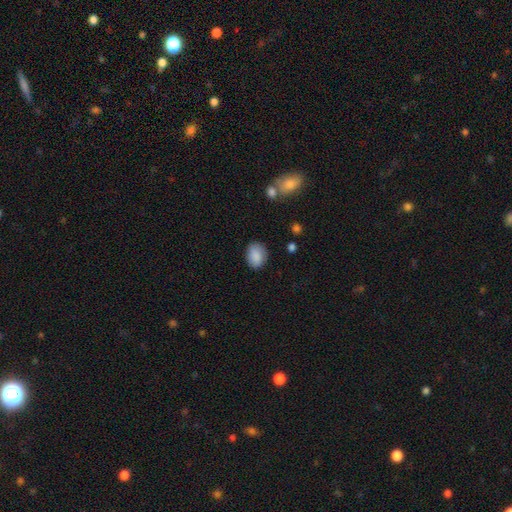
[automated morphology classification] Smooth or featured? Predicted: smooth (p=0.87). How rounded? Predicted: in between (p=0.69). Merging? Predicted: none (p=0.80).